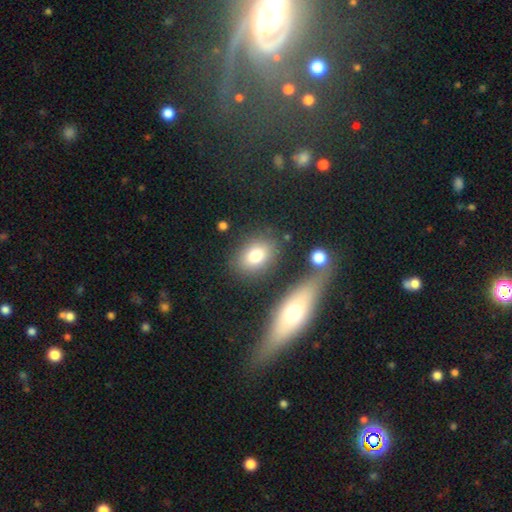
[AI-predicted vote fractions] smooth_or_featured: smooth (p=0.79) [alt: featured or disk p=0.11]
how_rounded: in between (p=0.62) [alt: round p=0.36]
merging: none (p=0.79) [alt: minor disturbance p=0.11]